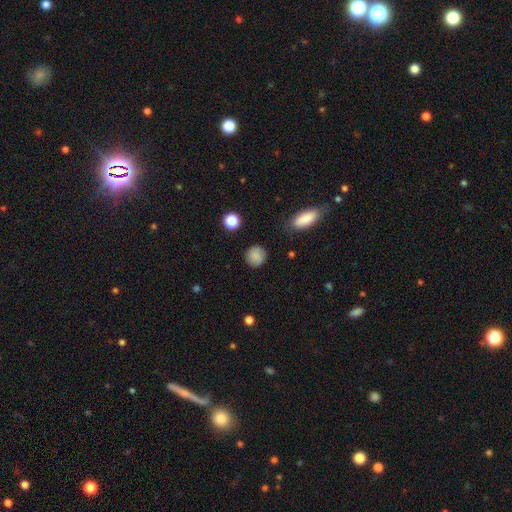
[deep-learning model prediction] This is clearly a smooth galaxy (83%). How rounded: clearly round (89%). Merging: clearly none (83%).